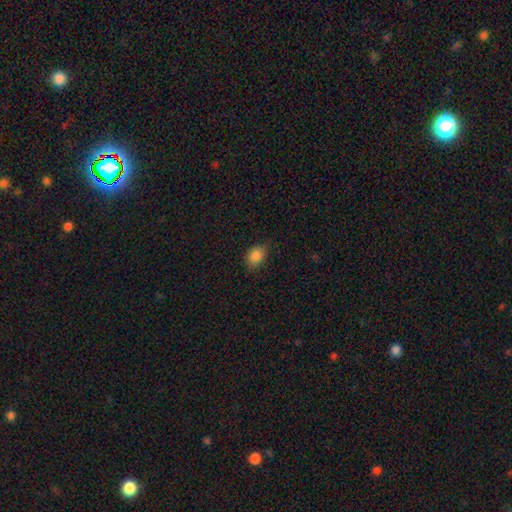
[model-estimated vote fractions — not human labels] Overall: smooth (85%). How rounded: in between (70%). Merging: none (78%).